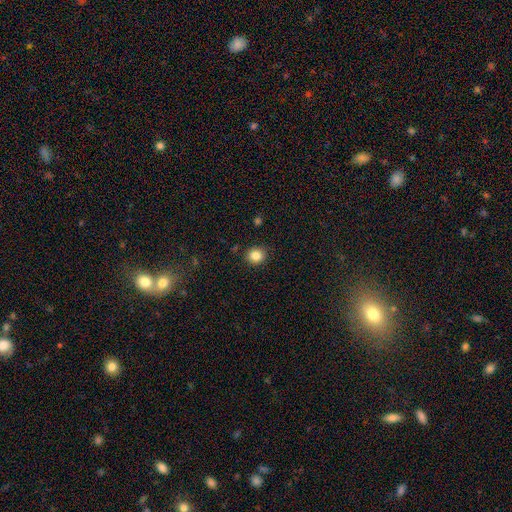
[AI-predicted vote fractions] Morphology: type=smooth (85%); roundness=round (81%); merging=none (88%).